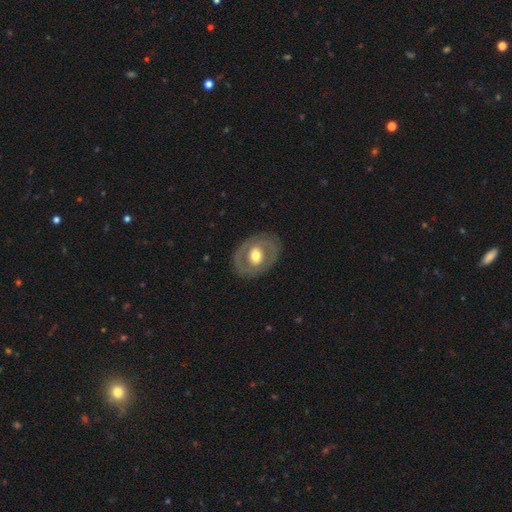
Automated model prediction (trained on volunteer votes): Smooth or featured: featured or disk — 61% (smooth — 34%)
Edge-on disk: no — 94% (yes — 6%)
Bar: no — 59% (weak — 28%)
Spiral arms: no — 68% (yes — 32%)
Bulge size: moderate — 65% (large — 26%)
Merging: none — 81% (minor disturbance — 12%)